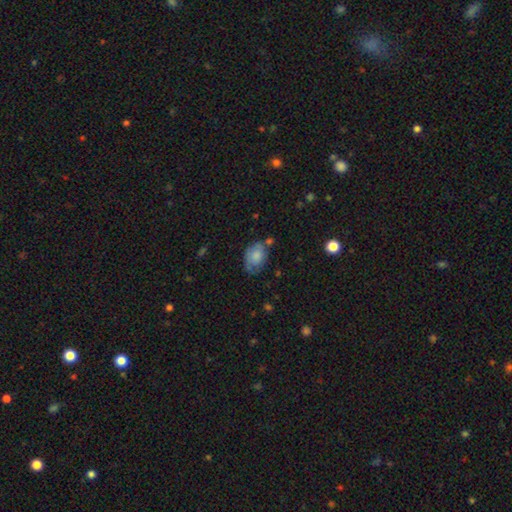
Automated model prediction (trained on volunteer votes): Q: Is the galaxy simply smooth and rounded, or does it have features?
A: smooth — 73%.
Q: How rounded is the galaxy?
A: in between — 81%.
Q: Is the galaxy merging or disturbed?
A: none — 48%.